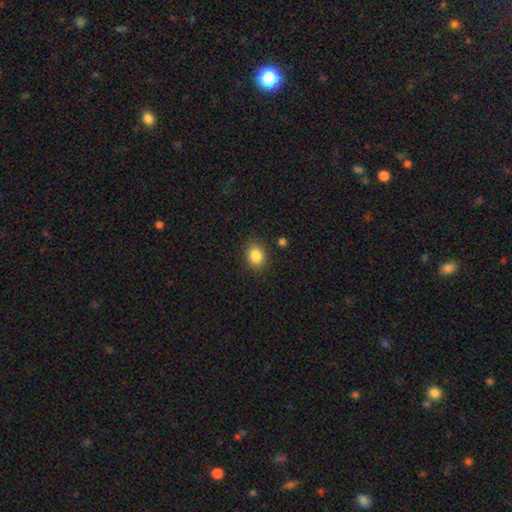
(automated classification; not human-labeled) A smooth galaxy with no disk features (85%) that is in between round and cigar-shaped (54%).

Vote fractions:
- Smooth or featured? smooth: 85% / star or artifact: 9% / featured or disk: 5%
- How rounded? in between: 54% / round: 45% / cigar-shaped: 1%
- Merging? none: 86% / minor disturbance: 9% / major disturbance: 3% / merger: 2%